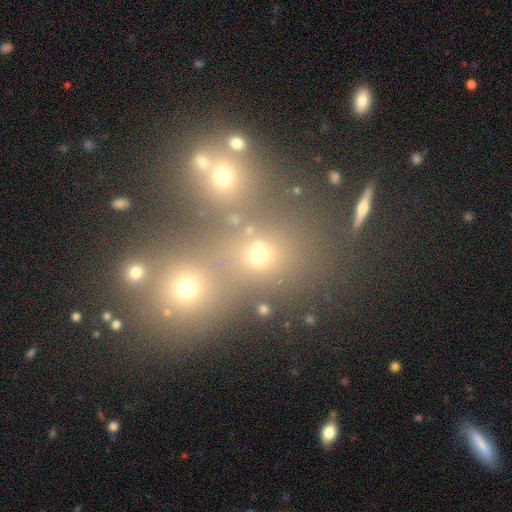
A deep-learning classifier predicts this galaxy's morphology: The model was most divided on "merging": none: 47%, merger: 43%, minor disturbance: 7%, major disturbance: 4%. More confident: how rounded — round (74%); smooth or featured — smooth (53%).